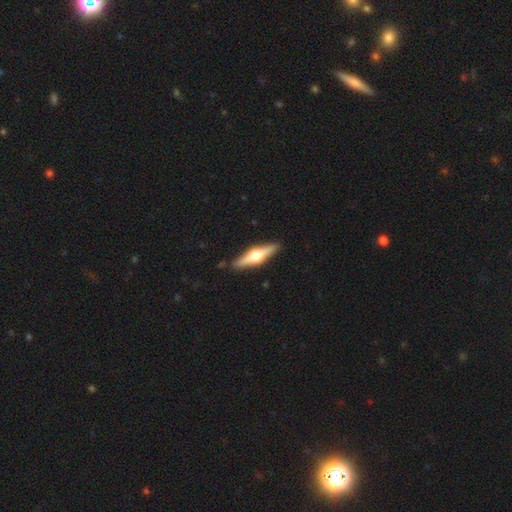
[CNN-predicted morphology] This is likely a featured or disk galaxy (71%). It is clearly viewed edge-on (97%). Edge-on bulge: clearly rounded (95%). Merging: clearly none (90%).